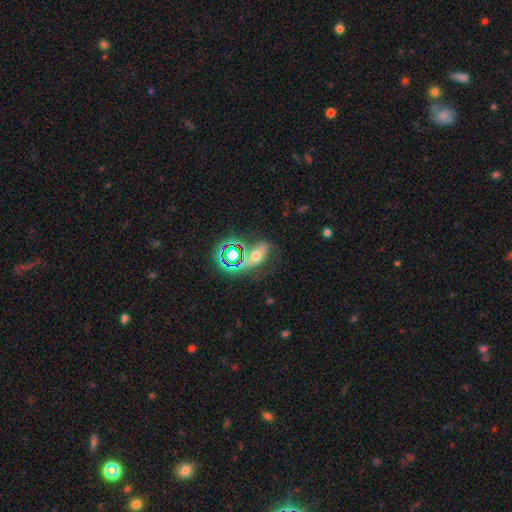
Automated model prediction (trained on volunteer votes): A smooth galaxy with no disk features (35%). Merging: none (46%).